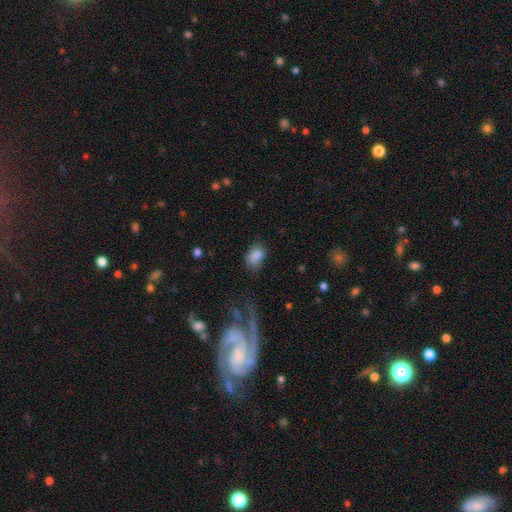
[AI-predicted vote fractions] Smooth or featured: smooth — 85% (star or artifact — 9%)
How rounded: in between — 83% (round — 16%)
Merging: none — 70% (minor disturbance — 21%)